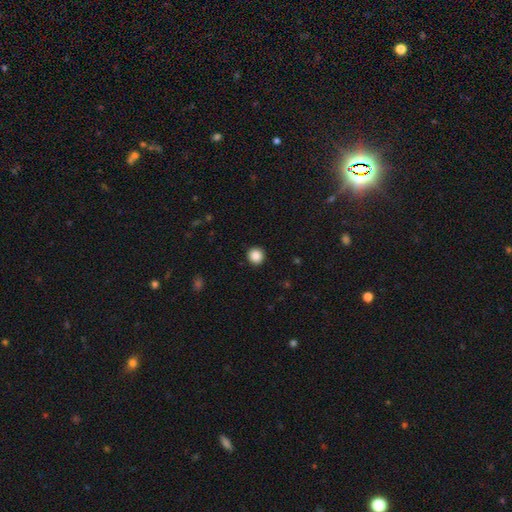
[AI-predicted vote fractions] Q: Smooth or featured?
A: smooth (88%); runner-up: star or artifact (10%)
Q: How rounded?
A: round (93%); runner-up: in between (6%)
Q: Merging?
A: none (92%); runner-up: minor disturbance (5%)